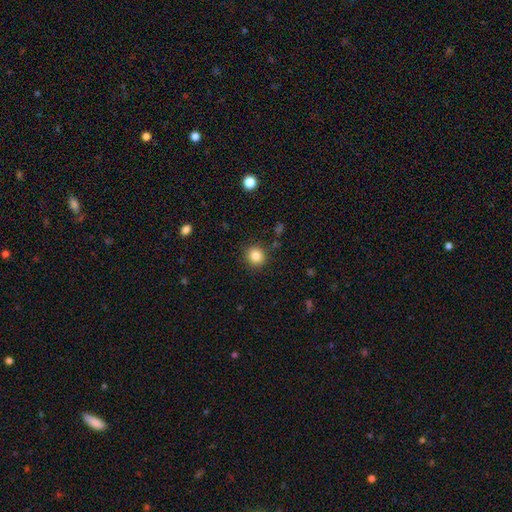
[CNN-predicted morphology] The model was most divided on "smooth or featured": smooth: 84%, star or artifact: 11%, featured or disk: 5%. More confident: how rounded — round (89%); merging — none (88%).